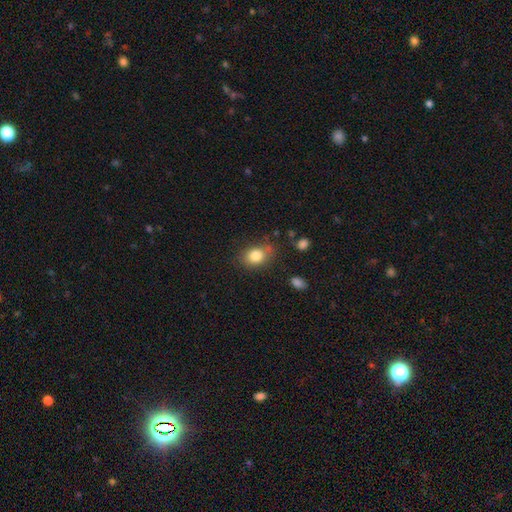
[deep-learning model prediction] Smooth or featured: smooth — 82% (featured or disk — 9%)
How rounded: in between — 71% (round — 28%)
Merging: none — 70% (minor disturbance — 21%)